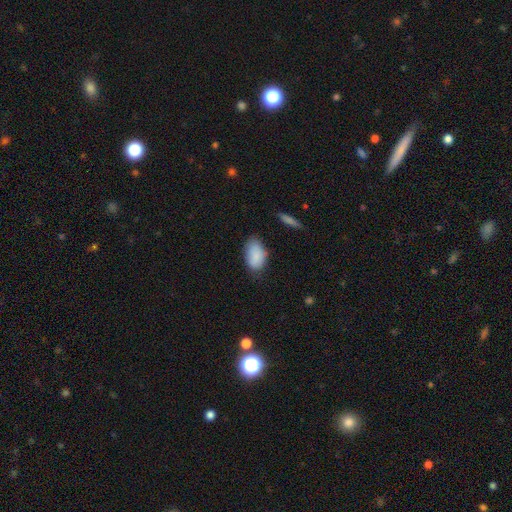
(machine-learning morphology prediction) Smooth or featured?
  - smooth: 87% *
  - star or artifact: 7%
  - featured or disk: 6%
How rounded?
  - in between: 92% *
  - round: 6%
  - cigar-shaped: 2%
Merging?
  - none: 68% *
  - minor disturbance: 25%
  - major disturbance: 5%
  - merger: 2%